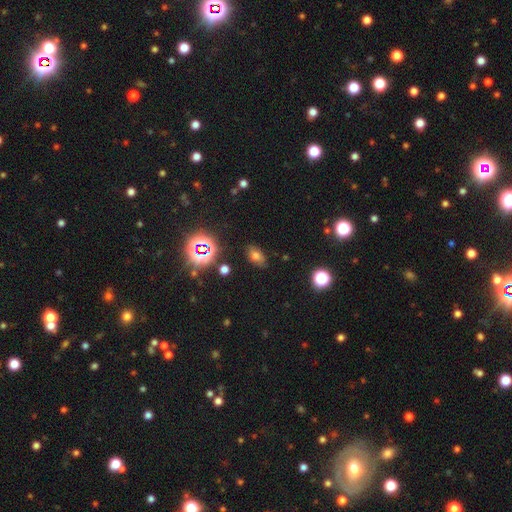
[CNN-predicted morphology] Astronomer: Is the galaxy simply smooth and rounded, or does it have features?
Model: smooth — 65%.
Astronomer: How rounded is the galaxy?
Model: in between — 86%.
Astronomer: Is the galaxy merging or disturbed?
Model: none — 81%.